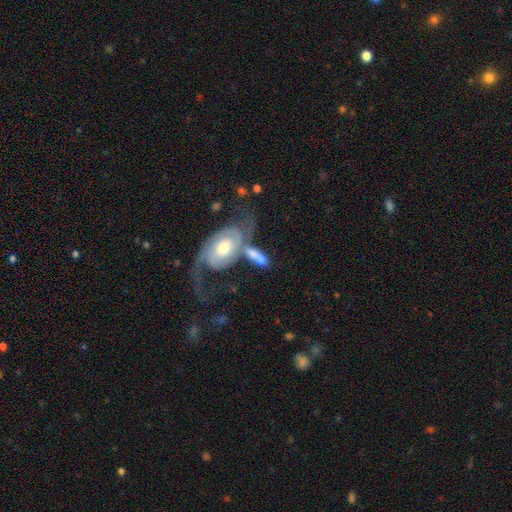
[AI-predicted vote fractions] featured or disk 50%, smooth 43%, star or artifact 6%. Down the decision tree: edge-on disk — no (85%); merging — merger (50%).